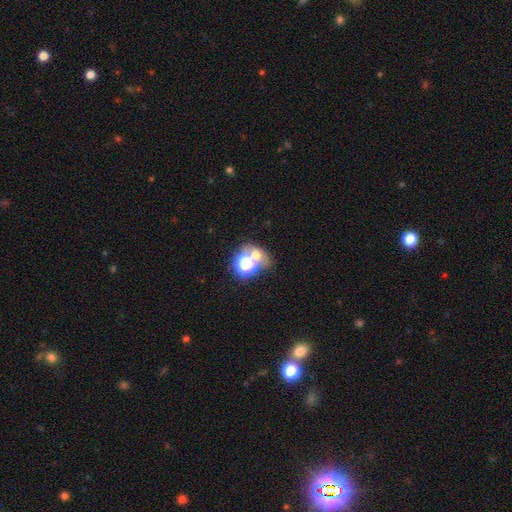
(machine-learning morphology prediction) Q: Smooth or featured?
A: smooth (50%); runner-up: star or artifact (32%)
Q: How rounded?
A: round (57%); runner-up: in between (42%)
Q: Merging?
A: none (42%); runner-up: merger (39%)